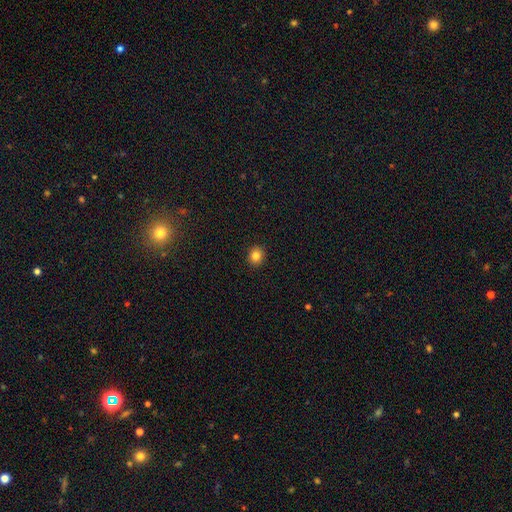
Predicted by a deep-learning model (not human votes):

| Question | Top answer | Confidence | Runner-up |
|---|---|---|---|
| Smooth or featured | smooth | 83% | star or artifact (11%) |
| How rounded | round | 81% | in between (18%) |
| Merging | none | 92% | minor disturbance (6%) |